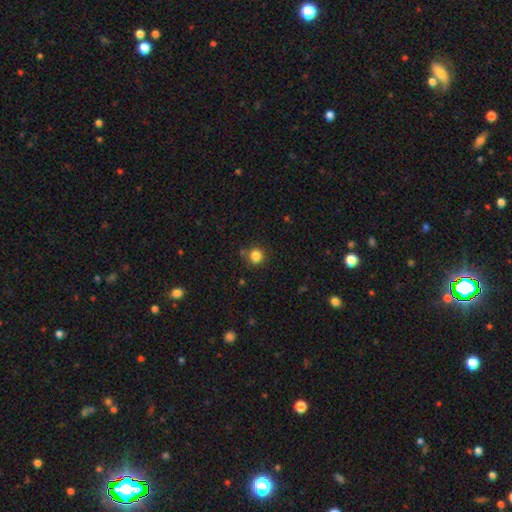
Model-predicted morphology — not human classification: type=smooth (83%); roundness=round (90%); merging=none (81%).